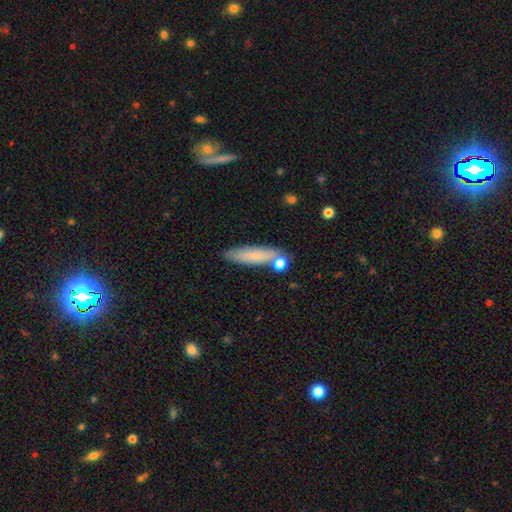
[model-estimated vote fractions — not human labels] This appears to be a smooth galaxy with no disk features (76%) that is cigar-shaped (78%). Merging: none (76%).